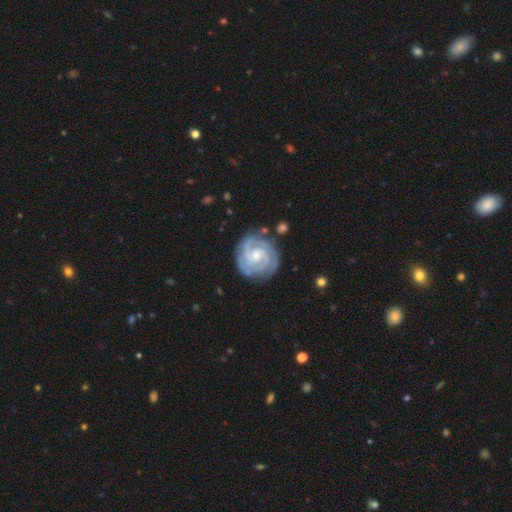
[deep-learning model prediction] The model was most divided on "spiral arm count": 2: 40%, 3: 34%, can't tell: 9%, 4: 8%, more than 4: 4%, 1: 4%. More confident: spiral arms — yes (99%); edge-on disk — no (98%); smooth or featured — featured or disk (92%); merging — none (79%); spiral winding — tight (78%); bar — no (58%); bulge size — small (56%).